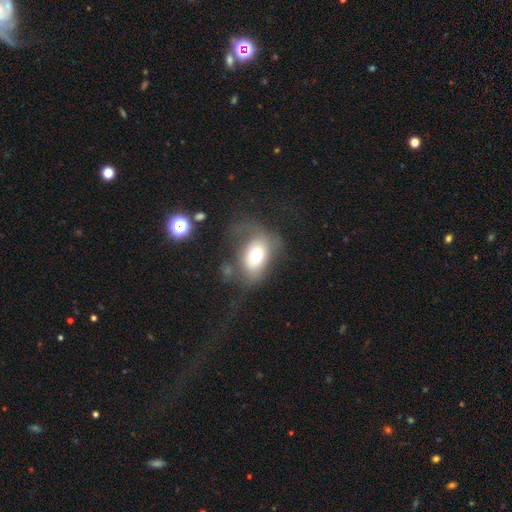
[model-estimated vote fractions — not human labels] Smooth or featured? Predicted: smooth (p=0.60). How rounded? Predicted: in between (p=0.75). Merging? Predicted: major disturbance (p=0.36, tied with none).